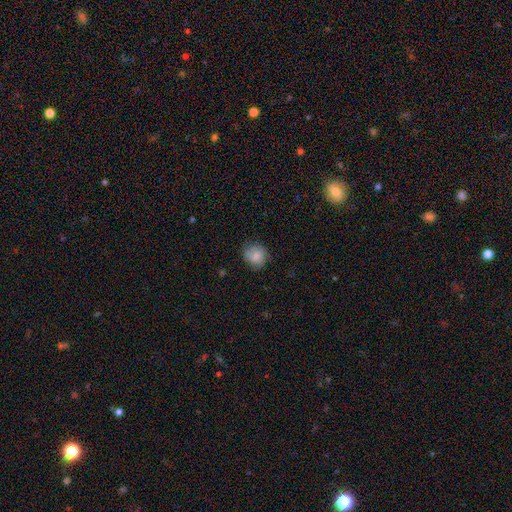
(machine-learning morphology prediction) This is clearly a smooth galaxy (83%). How rounded: clearly round (80%). Merging: likely none (75%).